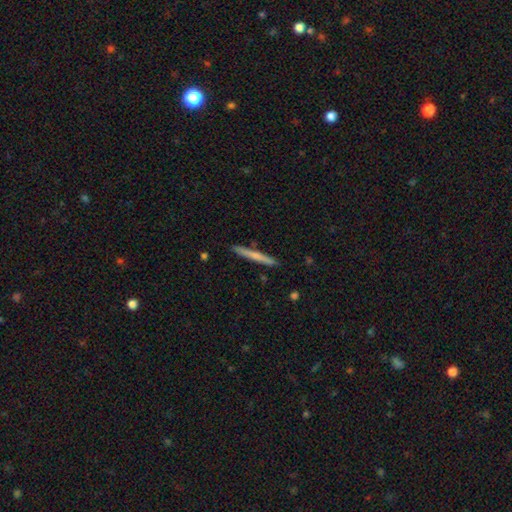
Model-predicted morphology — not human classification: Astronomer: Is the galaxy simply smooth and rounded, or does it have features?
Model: smooth — 56% (runner-up: featured or disk, 39%).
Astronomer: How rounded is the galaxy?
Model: cigar-shaped — 96%.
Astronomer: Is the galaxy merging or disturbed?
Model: none — 90%.